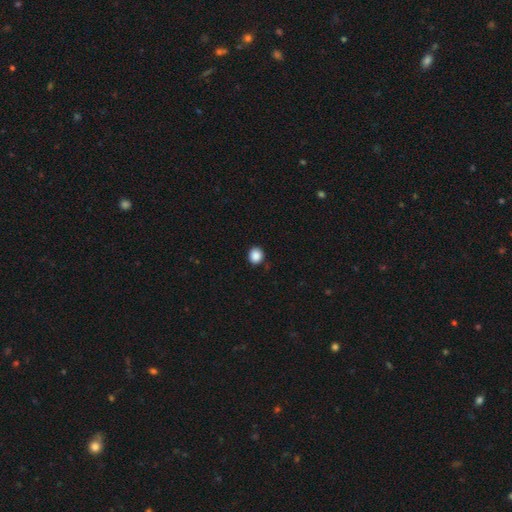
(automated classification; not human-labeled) Q: Smooth or featured?
A: smooth (88%); runner-up: star or artifact (10%)
Q: How rounded?
A: round (82%); runner-up: in between (17%)
Q: Merging?
A: none (88%); runner-up: minor disturbance (8%)